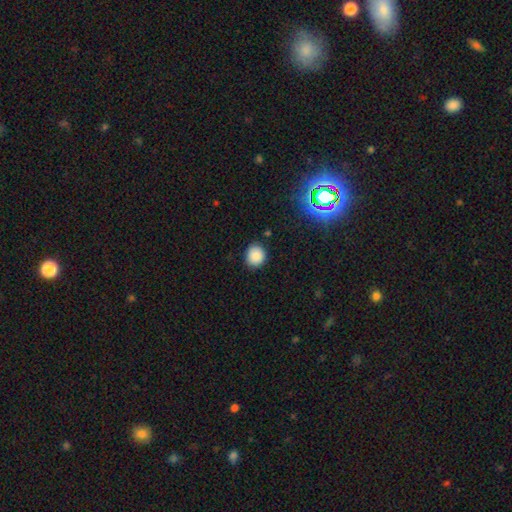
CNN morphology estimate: This is clearly a smooth galaxy (86%). How rounded: likely round (77%). Merging: clearly none (86%).